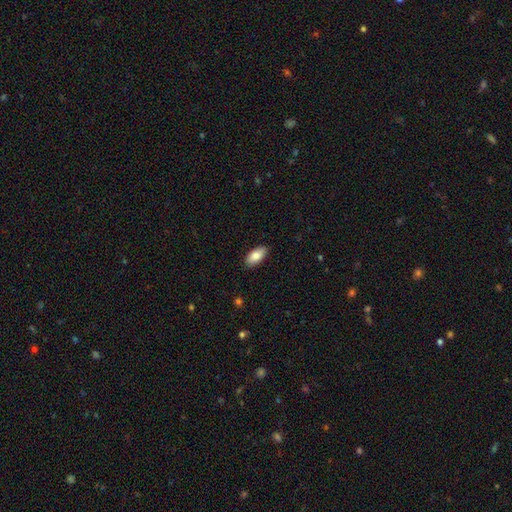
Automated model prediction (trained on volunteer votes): smooth 84%, featured or disk 9%, star or artifact 6%. Down the decision tree: how rounded — in between (92%); merging — none (88%).